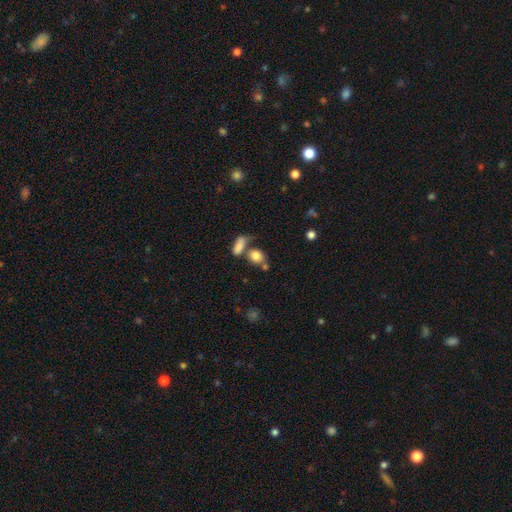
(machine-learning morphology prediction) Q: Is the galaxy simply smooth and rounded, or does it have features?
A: smooth — 80%.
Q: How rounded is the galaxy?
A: round — 59%.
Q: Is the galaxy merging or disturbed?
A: none — 48%.